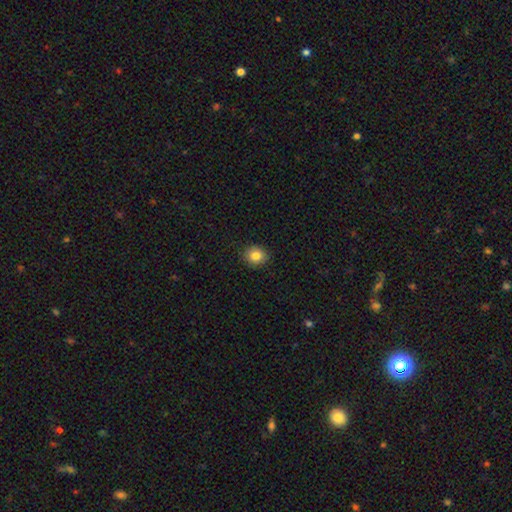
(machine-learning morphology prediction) This is clearly a smooth galaxy (84%). How rounded: likely round (78%). Merging: clearly none (90%).